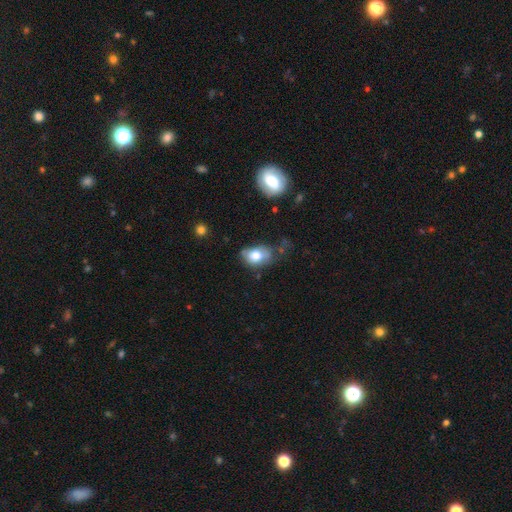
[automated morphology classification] The model was most divided on "merging": none: 45%, minor disturbance: 33%, major disturbance: 15%, merger: 6%. More confident: how rounded — in between (77%); smooth or featured — smooth (70%).